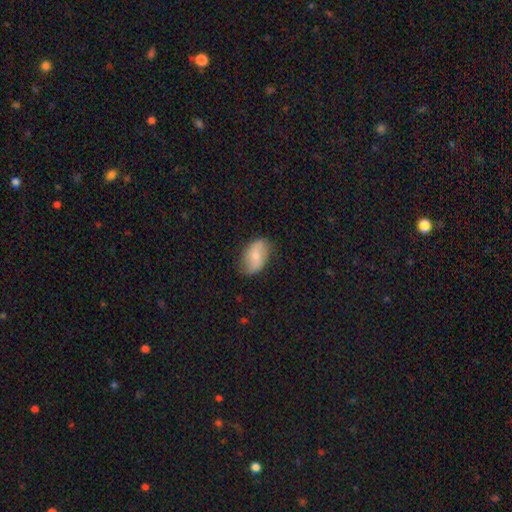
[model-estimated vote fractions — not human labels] Q: Smooth or featured?
A: smooth (66%); runner-up: featured or disk (27%)
Q: How rounded?
A: in between (91%); runner-up: round (7%)
Q: Merging?
A: none (78%); runner-up: minor disturbance (17%)